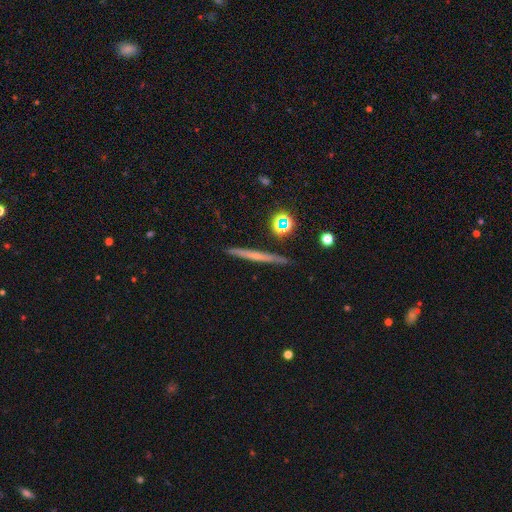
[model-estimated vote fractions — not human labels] A featured or disk galaxy (54%) viewed edge-on (96%) with no central bulge (65%). Merging: none (88%).